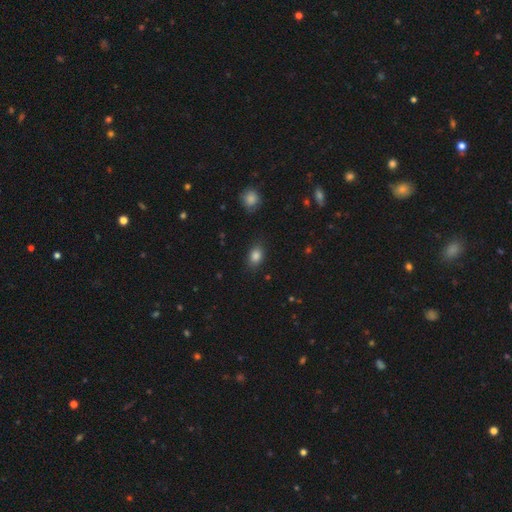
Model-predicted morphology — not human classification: smooth-or-featured: smooth: 85% | star or artifact: 10% | featured or disk: 5%
  how-rounded: in between: 75% | round: 23% | cigar-shaped: 2%
  merging: none: 82% | minor disturbance: 13% | major disturbance: 3% | merger: 1%